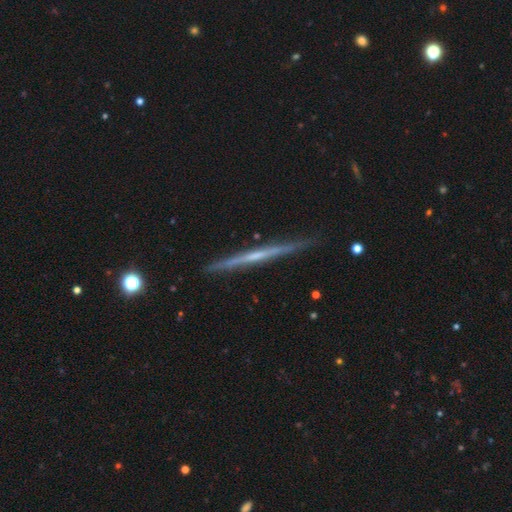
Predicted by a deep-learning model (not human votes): Morphology: type=featured or disk (73%); edge-on=yes (97%); edge-on bulge=none (54%); merging=none (88%).